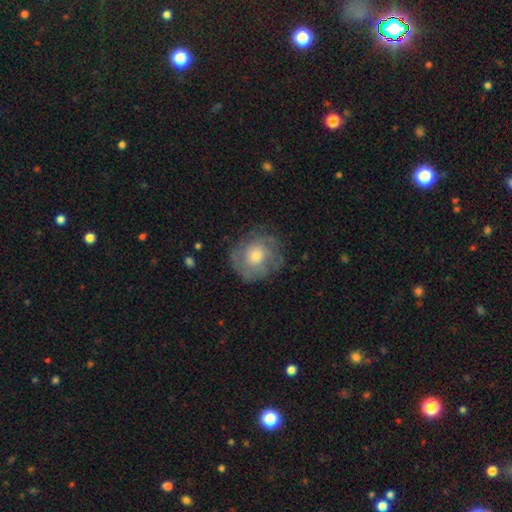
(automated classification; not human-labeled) Morphology: type=featured or disk (52%); edge-on=no (97%); bar=no (84%); spiral arms=yes (71%); bulge=moderate (60%); merging=none (73%).